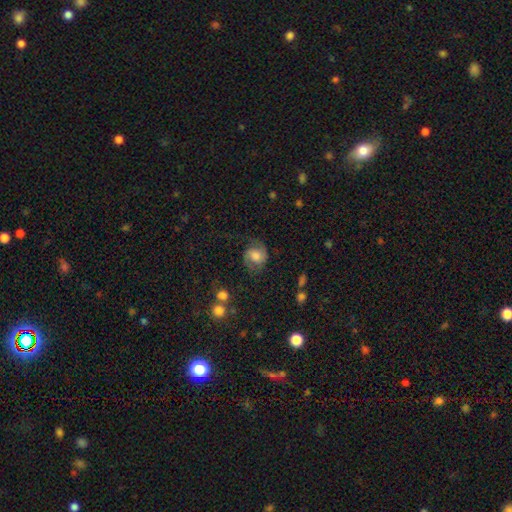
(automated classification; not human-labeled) Morphology: type=featured or disk (60%); edge-on=no (98%); bar=no (59%); spiral arms=yes (92%); winding=medium (51%); arm count=2 (87%); bulge=moderate (40%); merging=none (68%).